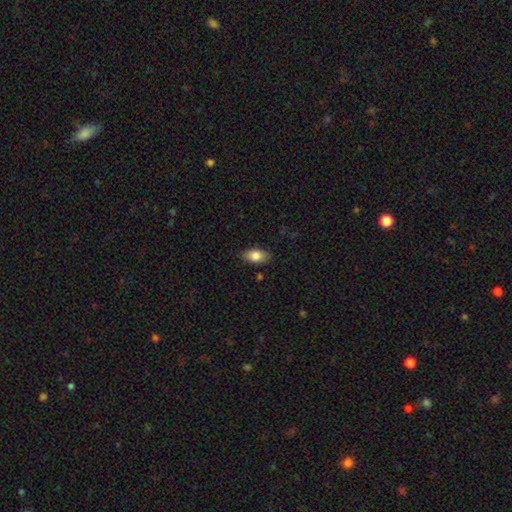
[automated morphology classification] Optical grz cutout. It shows a smooth galaxy with no disk features (83%) that is in between round and cigar-shaped (91%). Merging: none (85%).